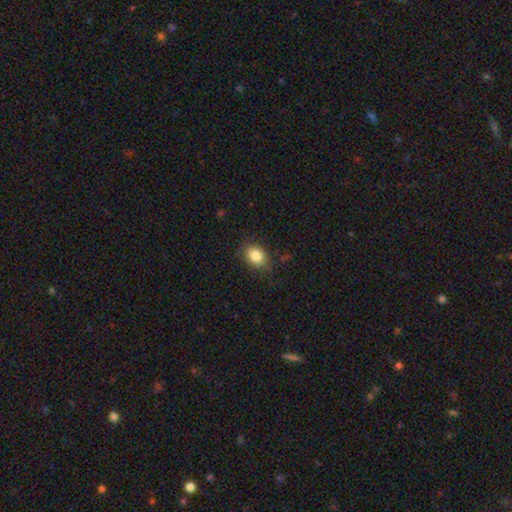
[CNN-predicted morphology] The model was most divided on "how rounded": in between: 67%, round: 32%, cigar-shaped: 1%. More confident: smooth or featured — smooth (84%); merging — none (80%).